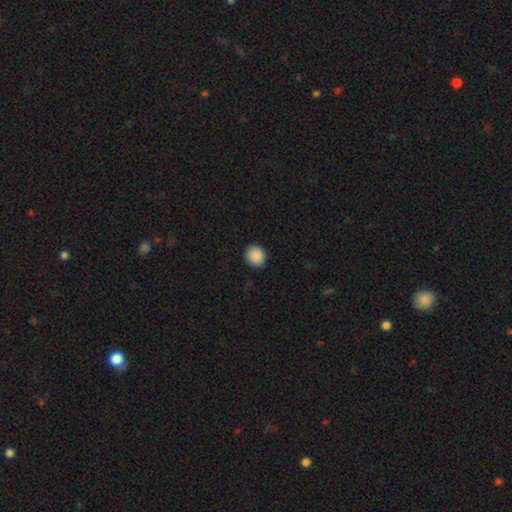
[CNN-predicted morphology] Overall: smooth (90%). How rounded: round (84%). Merging: none (91%).